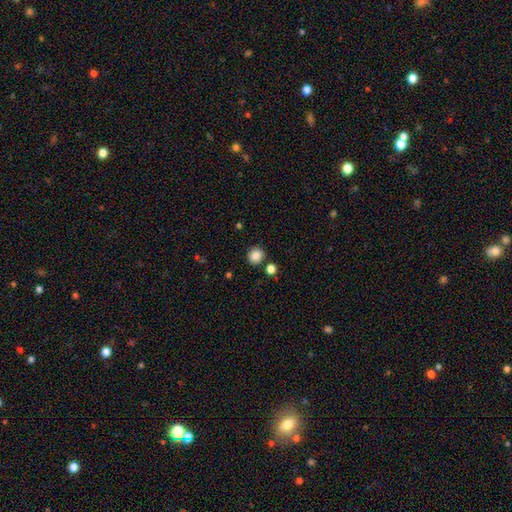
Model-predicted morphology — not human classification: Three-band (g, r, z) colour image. It shows a smooth galaxy with no disk features (87%) that is round (85%). Merging: none (84%).